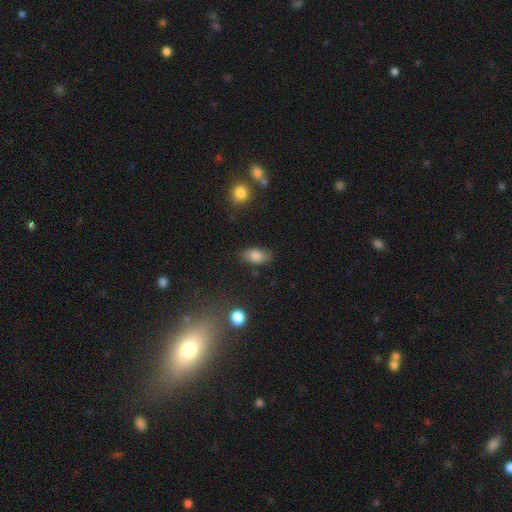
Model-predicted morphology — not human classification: This is clearly a smooth galaxy (81%). How rounded: clearly in between (89%). Merging: clearly none (83%).